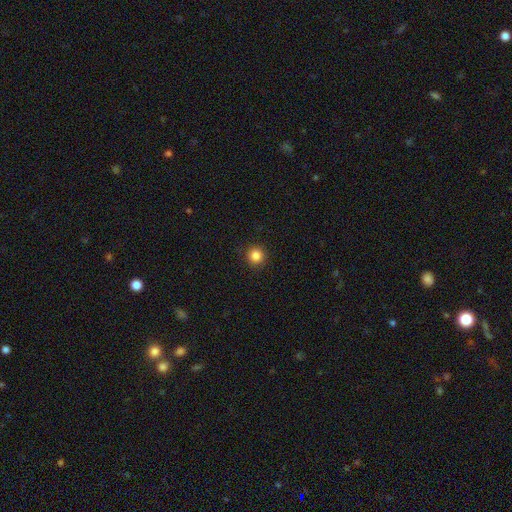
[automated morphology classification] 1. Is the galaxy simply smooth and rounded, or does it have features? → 85% smooth, 11% star or artifact, 4% featured or disk.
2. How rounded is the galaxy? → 95% round, 4% in between, 1% cigar-shaped.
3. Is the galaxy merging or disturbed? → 92% none, 6% minor disturbance, 2% major disturbance, 1% merger.